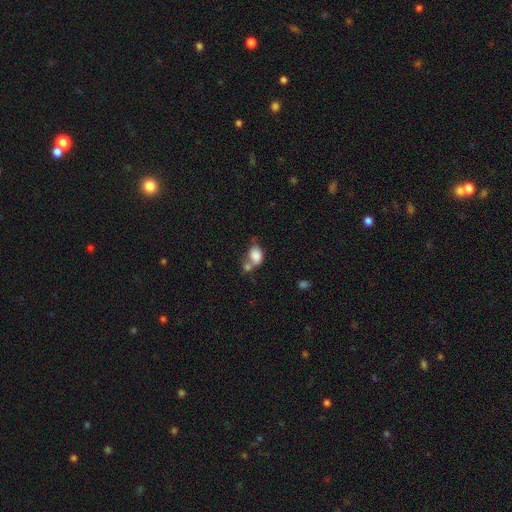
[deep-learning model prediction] A smooth galaxy with no disk features (82%) that is in between round and cigar-shaped (70%). Merging: merger (44%).